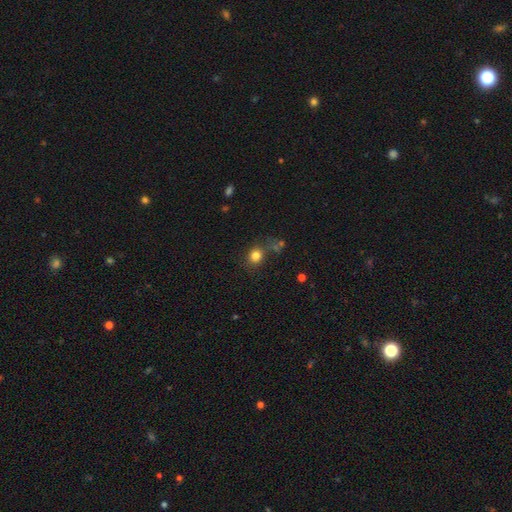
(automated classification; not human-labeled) Smooth or featured? smooth (81%)
How rounded? round (74%)
Merging? none (72%)